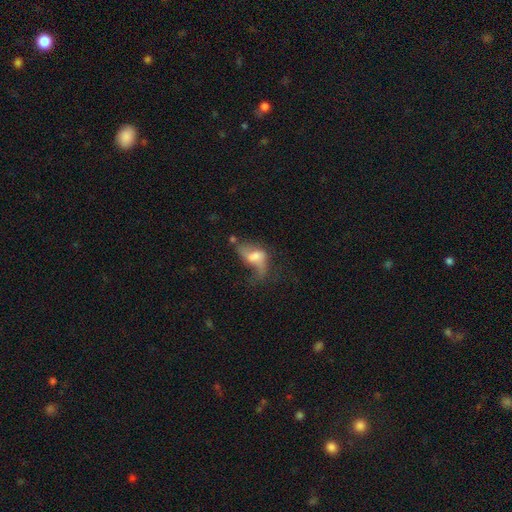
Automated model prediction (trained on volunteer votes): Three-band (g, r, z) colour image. It shows a featured or disk galaxy (54%) with no bar (53%), spiral arms (62%) and a moderate central bulge (41%). Merging: major disturbance (42%).